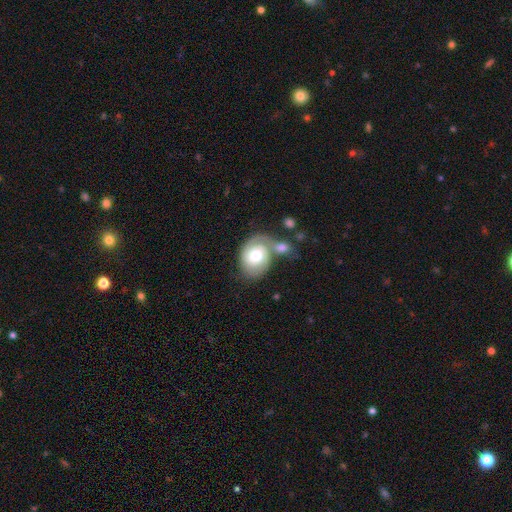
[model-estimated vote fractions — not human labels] featured or disk 54%, smooth 40%, star or artifact 6%. Down the decision tree: edge-on disk — no (96%); bar — no (71%); spiral arms — yes (77%); bulge size — moderate (66%); merging — none (37%).